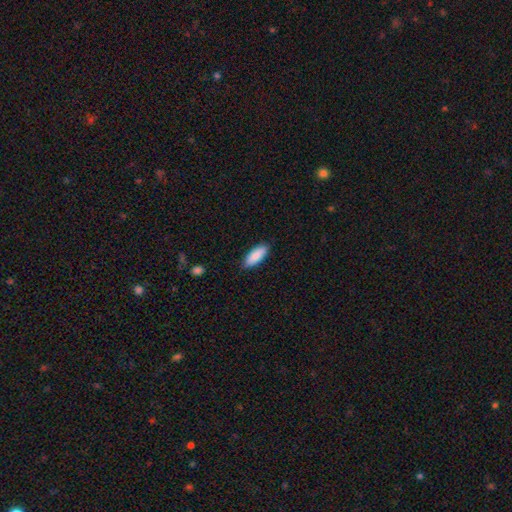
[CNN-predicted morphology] smooth-or-featured: smooth: 87% | featured or disk: 7% | star or artifact: 6%
  how-rounded: in between: 70% | cigar-shaped: 28% | round: 2%
  merging: none: 86% | minor disturbance: 11% | major disturbance: 2% | merger: 1%